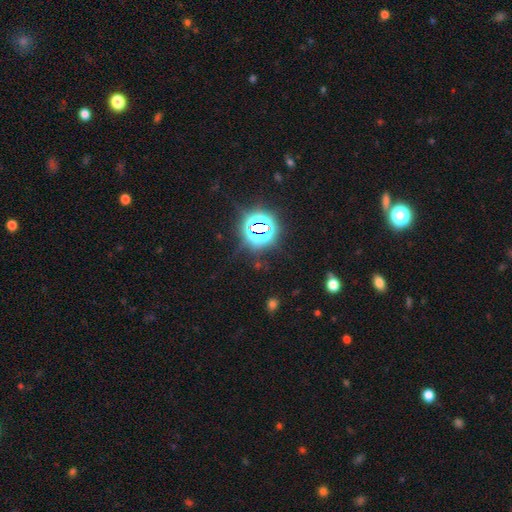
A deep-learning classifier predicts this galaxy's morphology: Smooth or featured? Predicted: star or artifact (p=0.81).